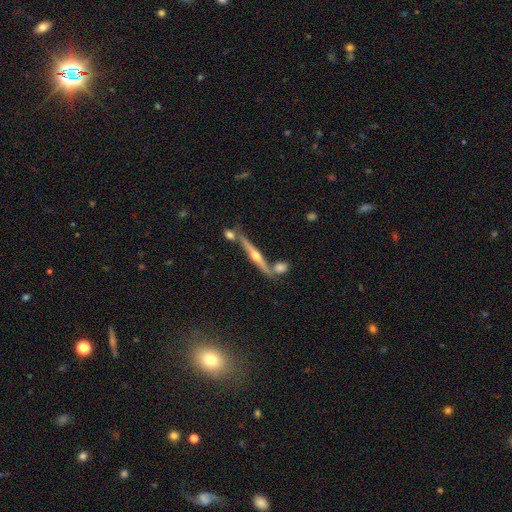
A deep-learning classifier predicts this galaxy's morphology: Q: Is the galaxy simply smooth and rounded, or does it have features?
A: featured or disk — 80%.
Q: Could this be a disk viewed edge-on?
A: yes — 98%.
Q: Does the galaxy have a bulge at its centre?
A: rounded — 95%.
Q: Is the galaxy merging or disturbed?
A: none — 76%.